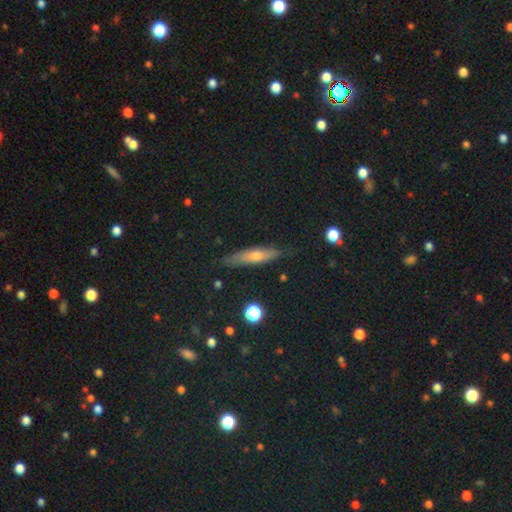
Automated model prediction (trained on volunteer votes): A smooth galaxy with no disk features (55%) that is cigar-shaped (75%). Merging: none (82%).